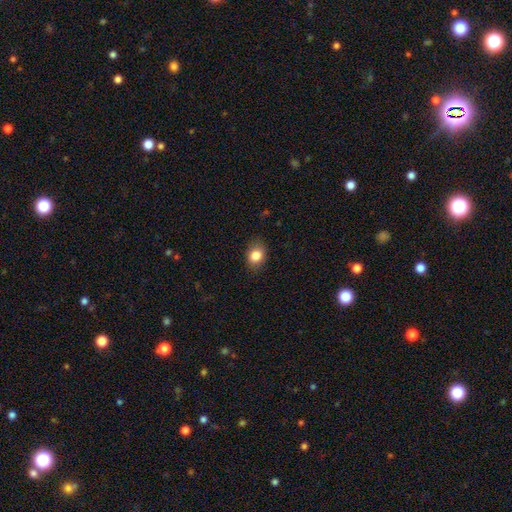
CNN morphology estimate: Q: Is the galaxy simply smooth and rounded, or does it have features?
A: smooth — 83%.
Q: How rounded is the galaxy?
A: in between — 57%.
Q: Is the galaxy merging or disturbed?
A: none — 83%.